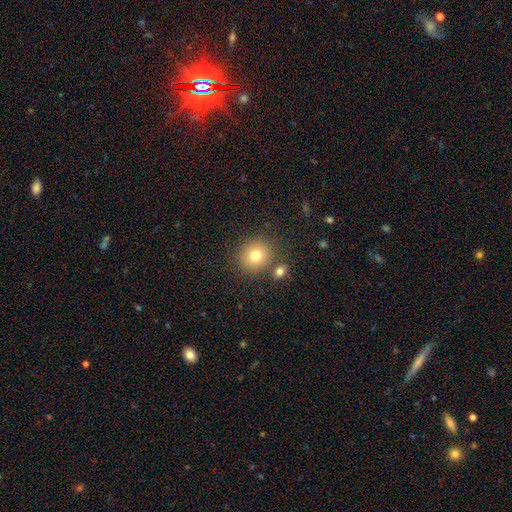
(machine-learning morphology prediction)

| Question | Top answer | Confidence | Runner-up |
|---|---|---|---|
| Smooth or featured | smooth | 79% | star or artifact (11%) |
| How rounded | round | 84% | in between (15%) |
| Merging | none | 78% | merger (10%) |